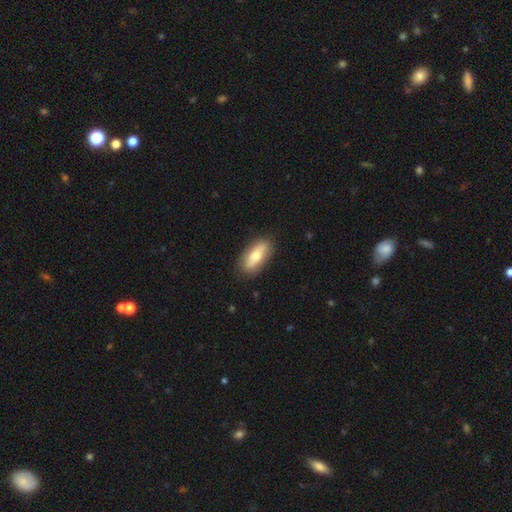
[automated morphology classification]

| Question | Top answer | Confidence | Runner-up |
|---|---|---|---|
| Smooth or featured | smooth | 65% | featured or disk (28%) |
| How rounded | in between | 78% | cigar-shaped (19%) |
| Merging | none | 86% | minor disturbance (10%) |